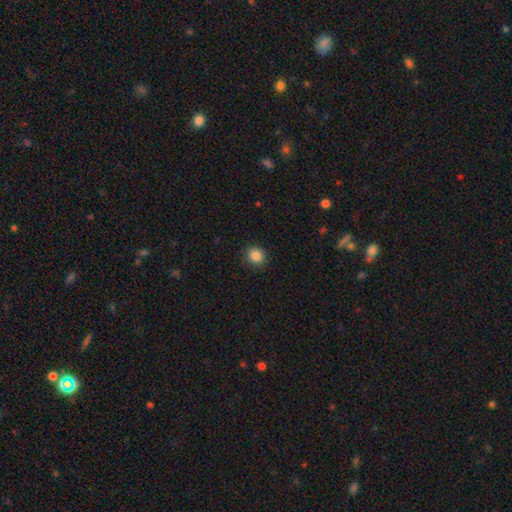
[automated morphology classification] Overall: smooth (85%). How rounded: round (83%). Merging: none (90%).